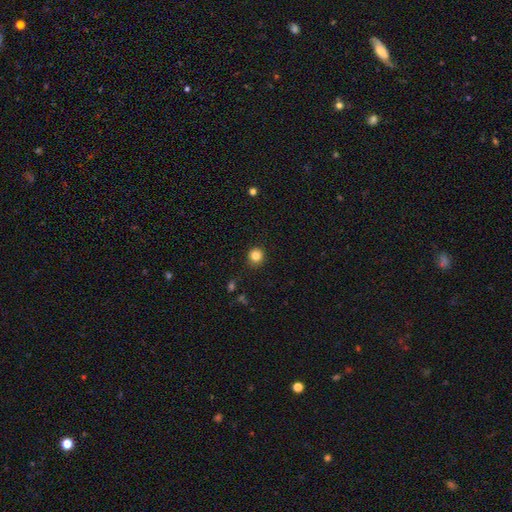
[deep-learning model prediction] Smooth or featured: smooth — 83% (star or artifact — 11%)
How rounded: round — 92% (in between — 7%)
Merging: none — 90% (minor disturbance — 7%)